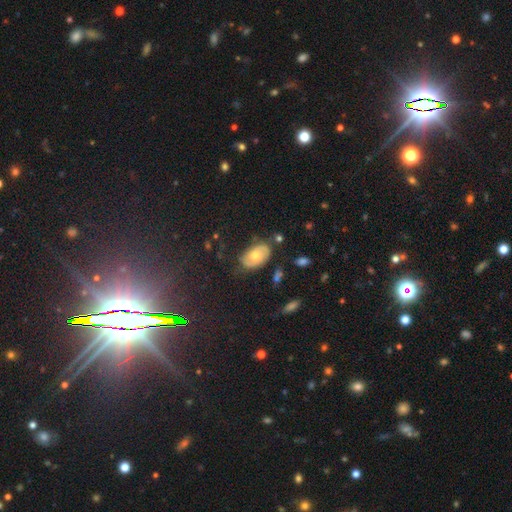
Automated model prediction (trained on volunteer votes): Smooth or featured: smooth — 59% (featured or disk — 31%)
How rounded: in between — 91% (round — 8%)
Merging: none — 68% (minor disturbance — 22%)